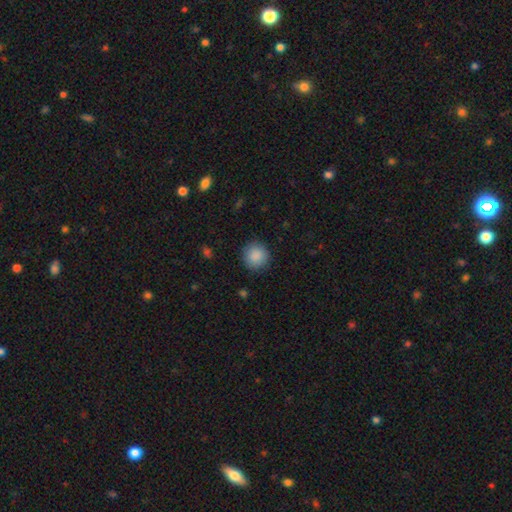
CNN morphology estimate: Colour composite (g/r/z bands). It shows a smooth galaxy with no disk features (89%) that is round (94%). Merging: none (91%).